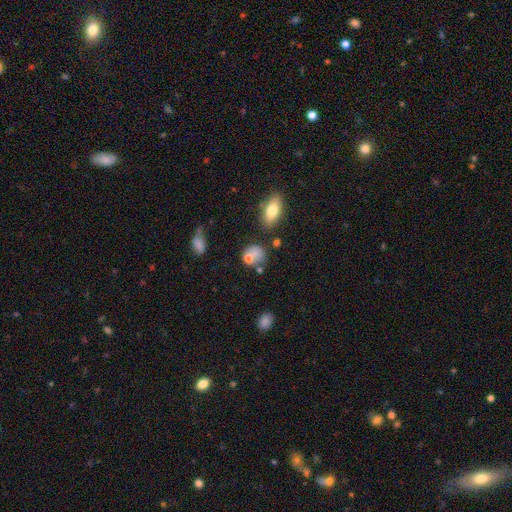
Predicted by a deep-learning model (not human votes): Smooth or featured? Predicted: smooth (p=0.73). How rounded? Predicted: round (p=0.68). Merging? Predicted: none (p=0.49).